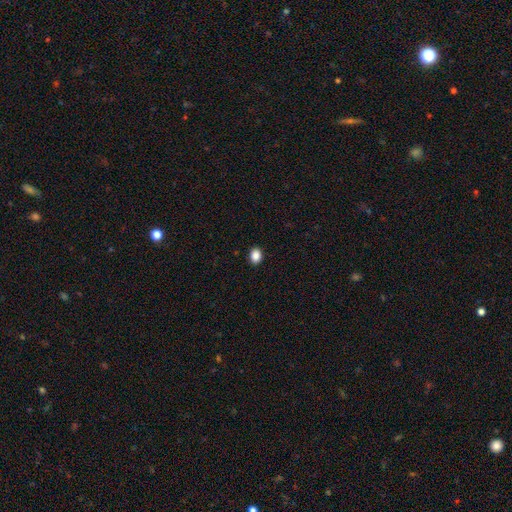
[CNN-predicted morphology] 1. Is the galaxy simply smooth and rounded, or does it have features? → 88% smooth, 9% star or artifact, 3% featured or disk.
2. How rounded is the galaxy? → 58% in between, 41% round, 1% cigar-shaped.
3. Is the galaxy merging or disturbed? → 91% none, 6% minor disturbance, 2% major disturbance, 1% merger.